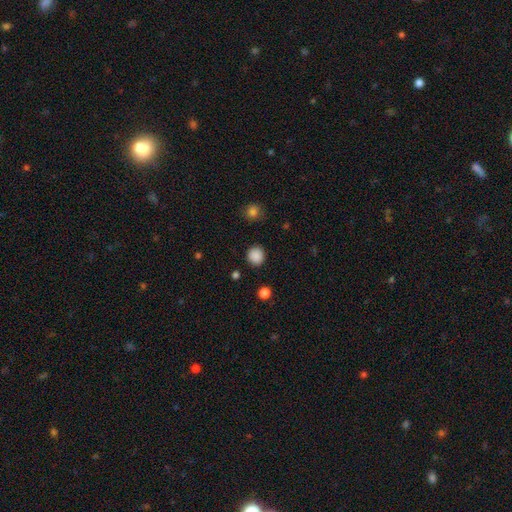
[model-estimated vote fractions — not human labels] smooth 87%, star or artifact 10%, featured or disk 3%. Down the decision tree: how rounded — round (91%); merging — none (90%).